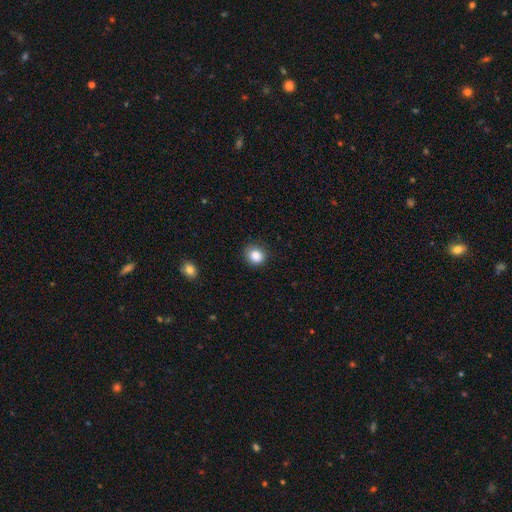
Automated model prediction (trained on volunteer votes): smooth-or-featured: smooth: 86% | star or artifact: 10% | featured or disk: 4%
  how-rounded: round: 80% | in between: 20% | cigar-shaped: 1%
  merging: none: 85% | minor disturbance: 12% | major disturbance: 3% | merger: 1%